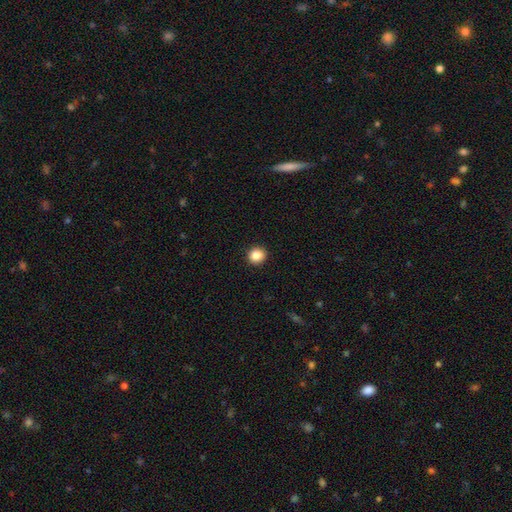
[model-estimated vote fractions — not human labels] The model was most divided on "smooth or featured": smooth: 86%, star or artifact: 10%, featured or disk: 4%. More confident: merging — none (92%); how rounded — round (89%).